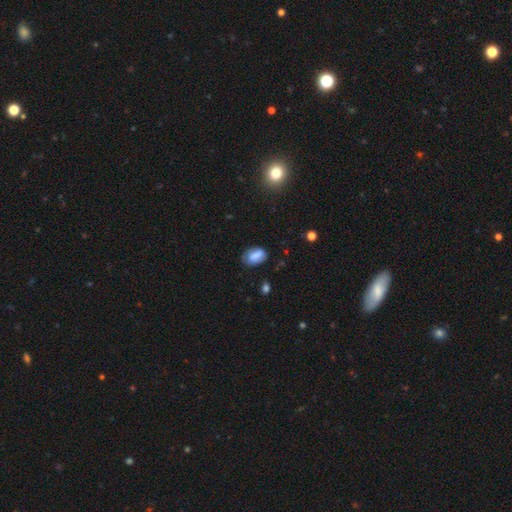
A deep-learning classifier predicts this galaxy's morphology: Smooth or featured? smooth (79%)
How rounded? in between (86%)
Merging? none (67%)